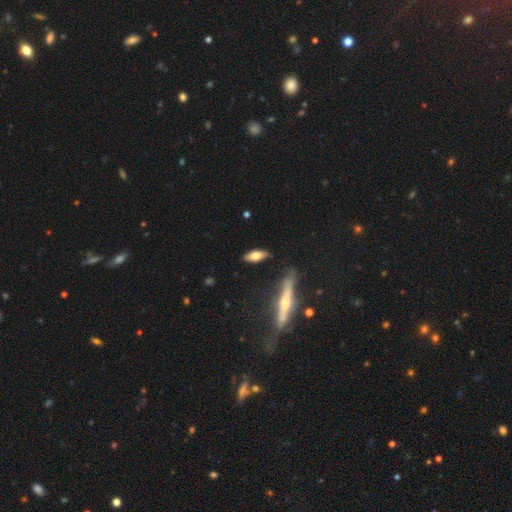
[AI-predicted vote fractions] smooth 61%, featured or disk 32%, star or artifact 7%. Down the decision tree: how rounded — in between (67%); merging — none (83%).